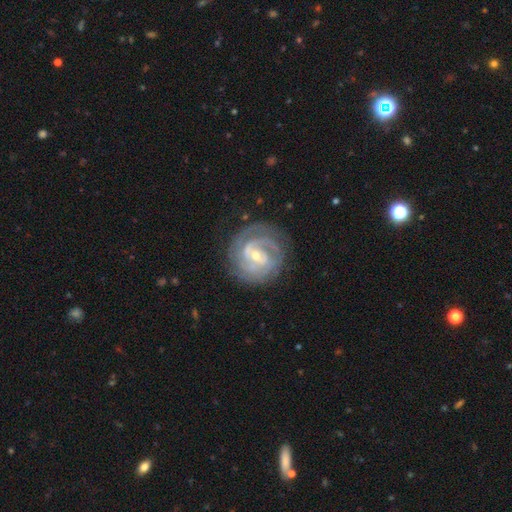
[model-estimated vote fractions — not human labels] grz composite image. It shows a featured or disk galaxy (87%) with a weak bar (47%), 2 (36%) tight (72%) spiral arms (96%) and a small central bulge (56%). Merging: none (77%).